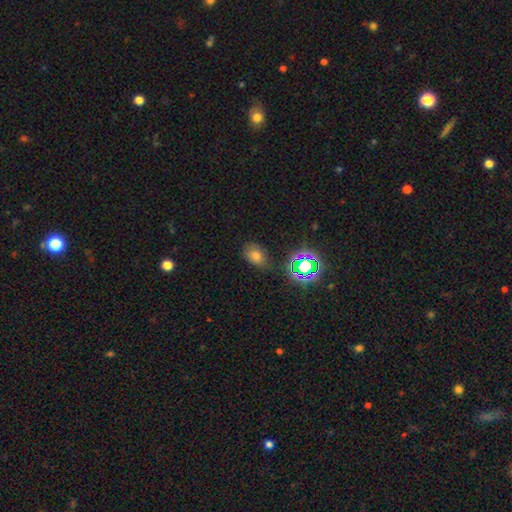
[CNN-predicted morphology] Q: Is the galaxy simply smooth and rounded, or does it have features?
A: smooth — 67%.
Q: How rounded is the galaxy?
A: in between — 76%.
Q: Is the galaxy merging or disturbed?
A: none — 76%.